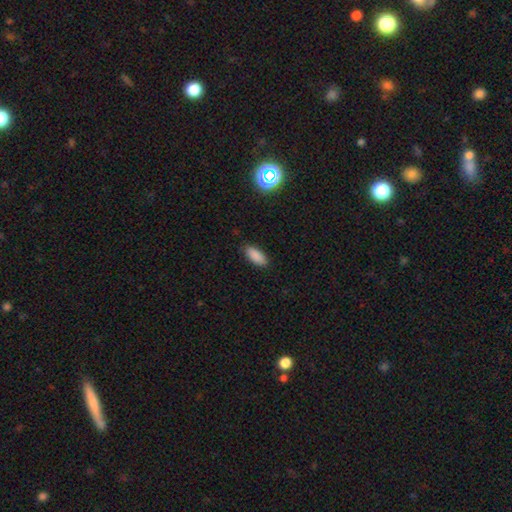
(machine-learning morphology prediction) type=smooth (87%); roundness=in between (83%); merging=none (87%).